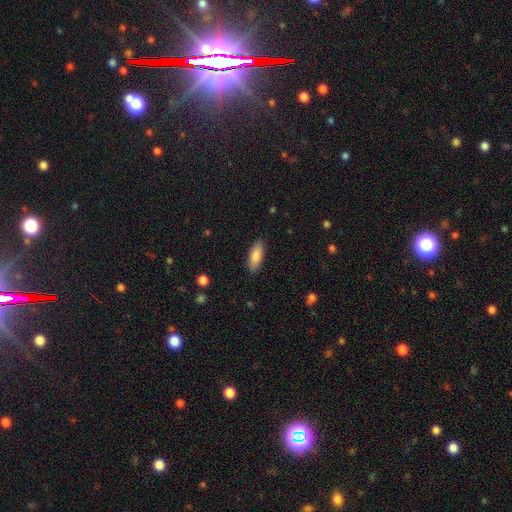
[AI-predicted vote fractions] smooth_or_featured: smooth (p=0.84) [alt: featured or disk p=0.10]
how_rounded: in between (p=0.72) [alt: cigar-shaped p=0.26]
merging: none (p=0.87) [alt: minor disturbance p=0.09]